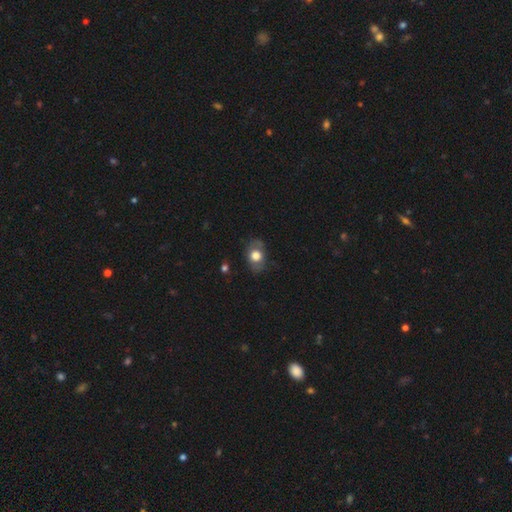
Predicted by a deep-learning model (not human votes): Smooth or featured?
  - smooth: 63% *
  - featured or disk: 29%
  - star or artifact: 8%
How rounded?
  - in between: 65% *
  - round: 34%
  - cigar-shaped: 2%
Merging?
  - none: 72% *
  - minor disturbance: 19%
  - major disturbance: 7%
  - merger: 1%